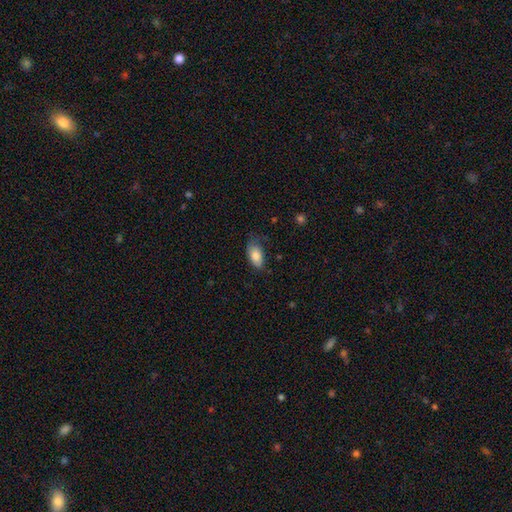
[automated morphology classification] Smooth or featured?
  - smooth: 82% *
  - featured or disk: 11%
  - star or artifact: 7%
How rounded?
  - in between: 92% *
  - round: 4%
  - cigar-shaped: 3%
Merging?
  - none: 58% *
  - minor disturbance: 32%
  - major disturbance: 9%
  - merger: 2%